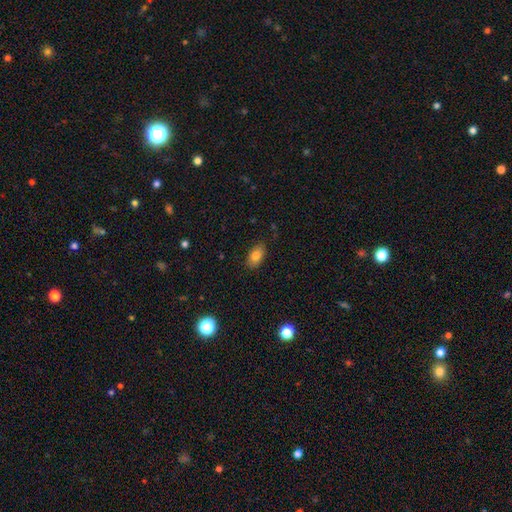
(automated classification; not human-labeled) A smooth galaxy with no disk features (79%) that is in between round and cigar-shaped (90%). Merging: none (85%).